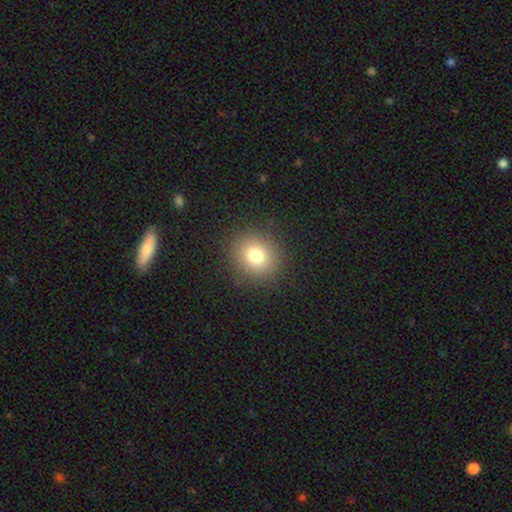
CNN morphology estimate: This appears to be a smooth galaxy with no disk features (78%) that is round (84%). Merging: none (88%).